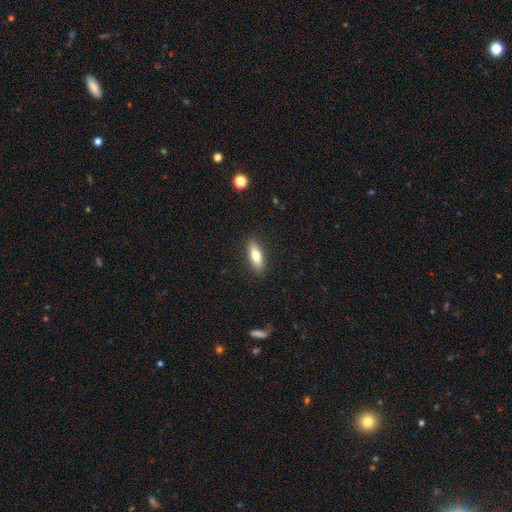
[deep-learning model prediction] A smooth galaxy with no disk features (76%) that is in between round and cigar-shaped (65%).

Vote fractions:
- Smooth or featured? smooth: 76% / featured or disk: 17% / star or artifact: 7%
- How rounded? in between: 65% / cigar-shaped: 33% / round: 3%
- Merging? none: 89% / minor disturbance: 8% / major disturbance: 2% / merger: 1%